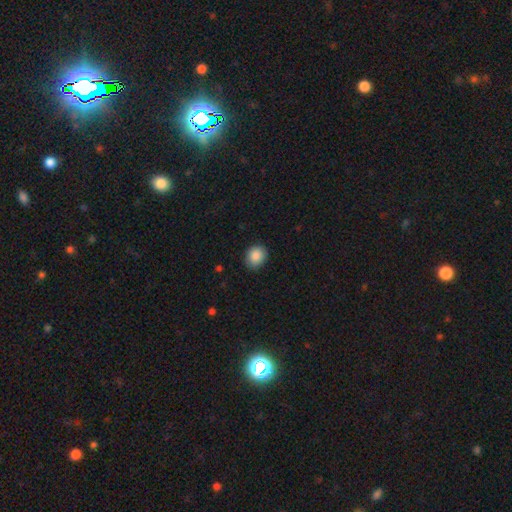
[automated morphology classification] A smooth galaxy with no disk features (88%) that is round (69%).

Vote fractions:
- Smooth or featured? smooth: 88% / star or artifact: 8% / featured or disk: 4%
- How rounded? round: 69% / in between: 30% / cigar-shaped: 1%
- Merging? none: 85% / minor disturbance: 12% / major disturbance: 2% / merger: 1%